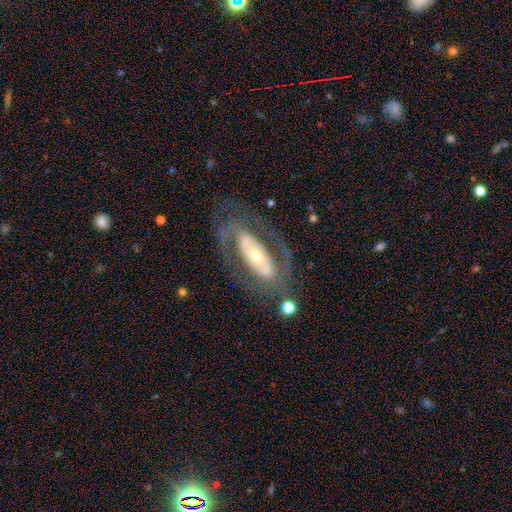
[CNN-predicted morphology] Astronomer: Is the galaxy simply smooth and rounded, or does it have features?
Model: featured or disk — 80%.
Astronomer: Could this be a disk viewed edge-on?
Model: no — 89%.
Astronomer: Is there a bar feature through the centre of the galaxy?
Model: no — 45% (runner-up: strong, 31%).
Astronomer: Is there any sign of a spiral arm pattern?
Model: yes — 74%.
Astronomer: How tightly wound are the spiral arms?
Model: tight — 47% (runner-up: medium, 37%).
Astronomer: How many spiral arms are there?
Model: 2 — 71%.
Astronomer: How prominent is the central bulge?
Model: small — 47% (runner-up: moderate, 43%).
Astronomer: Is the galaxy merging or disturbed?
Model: none — 72%.